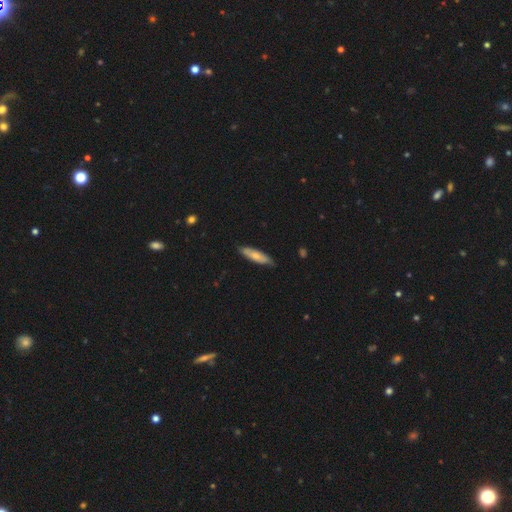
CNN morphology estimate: This appears to be a smooth galaxy with no disk features (66%) that is cigar-shaped (66%). Merging: none (81%).